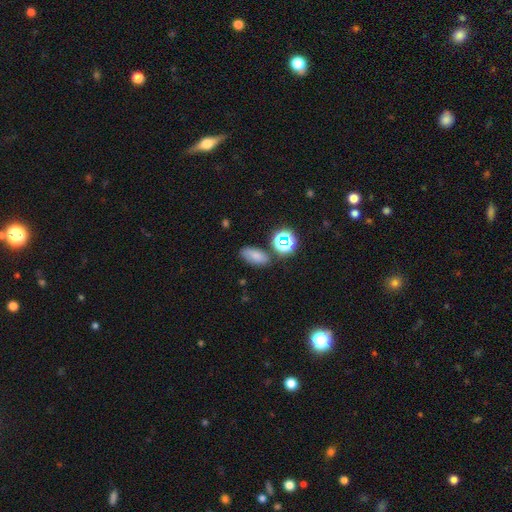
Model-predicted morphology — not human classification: A smooth galaxy with no disk features (69%) that is in between round and cigar-shaped (85%). Merging: none (73%).